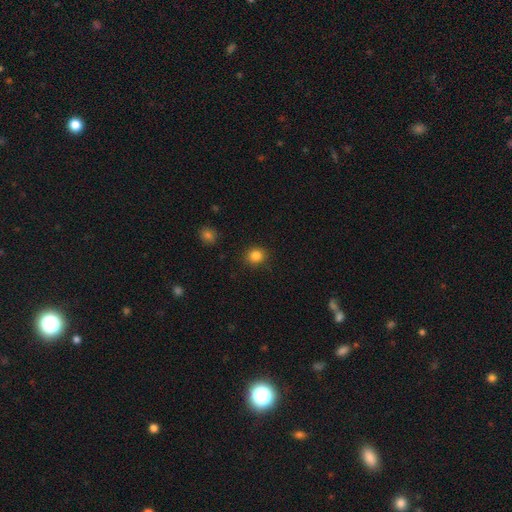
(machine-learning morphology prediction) This is clearly a smooth galaxy (84%). How rounded: clearly round (81%). Merging: clearly none (89%).